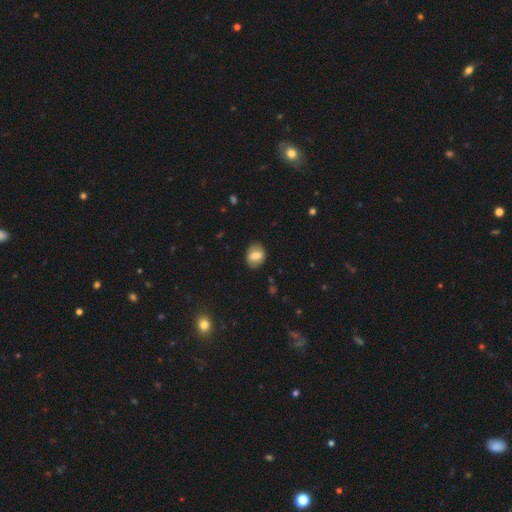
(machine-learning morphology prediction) Overall: smooth (72%). How rounded: in between (51%; round 47%). Merging: none (83%).